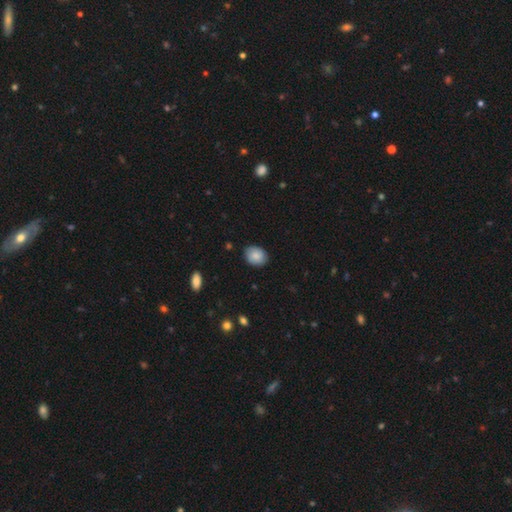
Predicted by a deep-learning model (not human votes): A smooth galaxy with no disk features (84%) that is in between round and cigar-shaped (55%). Merging: none (86%).